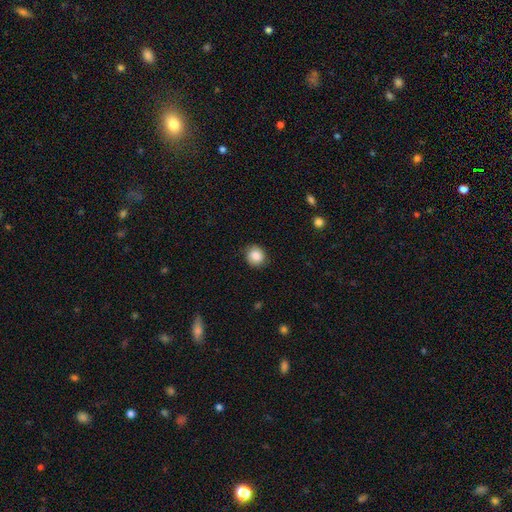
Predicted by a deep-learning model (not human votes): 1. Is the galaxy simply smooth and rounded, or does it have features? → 82% smooth, 10% featured or disk, 8% star or artifact.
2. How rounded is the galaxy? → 83% round, 16% in between, 1% cigar-shaped.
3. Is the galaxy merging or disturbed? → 83% none, 13% minor disturbance, 3% major disturbance, 1% merger.